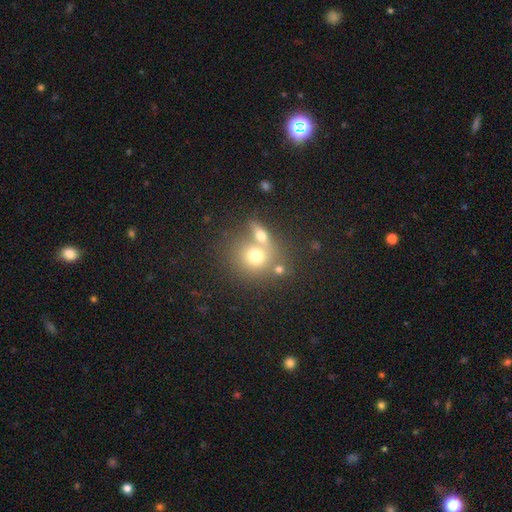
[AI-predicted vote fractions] smooth-or-featured: smooth: 69% | featured or disk: 19% | star or artifact: 12%
  how-rounded: round: 80% | in between: 18% | cigar-shaped: 2%
  merging: none: 45% | merger: 42% | minor disturbance: 9% | major disturbance: 4%